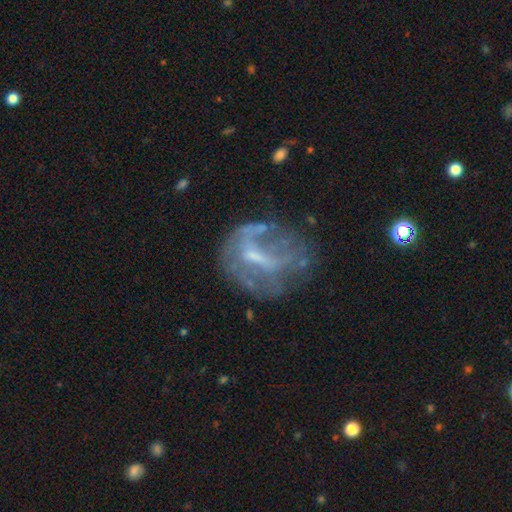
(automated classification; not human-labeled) Q: Smooth or featured?
A: featured or disk (65%); runner-up: smooth (23%)
Q: Edge-on disk?
A: no (96%); runner-up: yes (4%)
Q: Bar?
A: weak (42%); runner-up: no (35%)
Q: Spiral arms?
A: no (68%); runner-up: yes (32%)
Q: Bulge size?
A: small (40%); runner-up: none (31%)
Q: Merging?
A: none (44%); runner-up: major disturbance (29%)